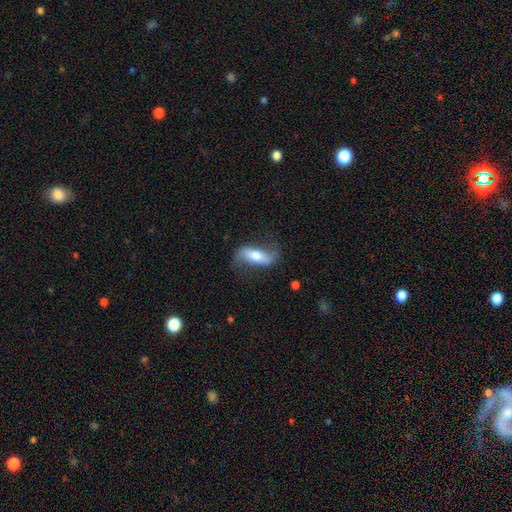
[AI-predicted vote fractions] The model was most divided on "bar": strong: 40%, no: 32%, weak: 28%. More confident: spiral arms — yes (84%); edge-on disk — no (80%); merging — none (69%); smooth or featured — featured or disk (63%); bulge size — moderate (60%).